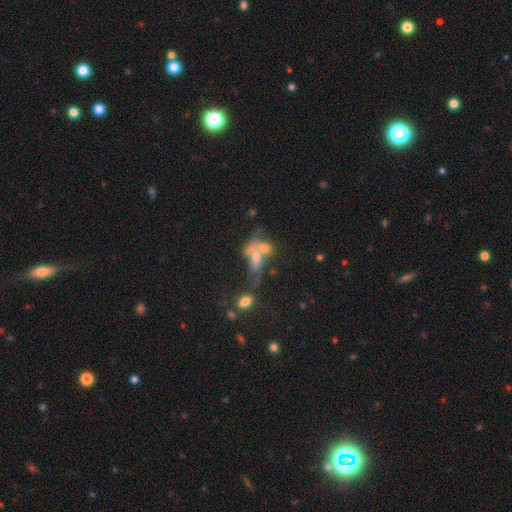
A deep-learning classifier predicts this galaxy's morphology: smooth-or-featured: smooth: 41% | featured or disk: 39% | star or artifact: 21%
  merging: merger: 57% | none: 19% | major disturbance: 15% | minor disturbance: 9%